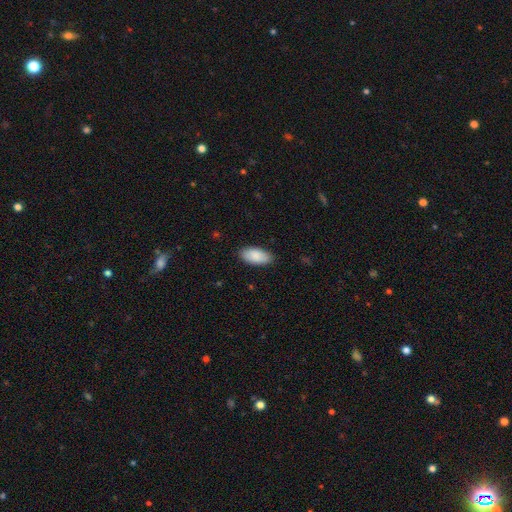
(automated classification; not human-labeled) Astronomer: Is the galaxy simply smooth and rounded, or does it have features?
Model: smooth — 89%.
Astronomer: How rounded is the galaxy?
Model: in between — 93%.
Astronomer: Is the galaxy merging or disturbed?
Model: none — 86%.